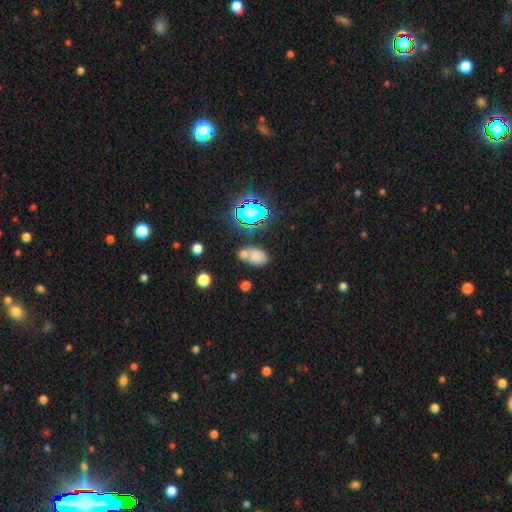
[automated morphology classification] This is likely a smooth galaxy (68%). How rounded: clearly in between (84%). Merging: possibly none (45%).